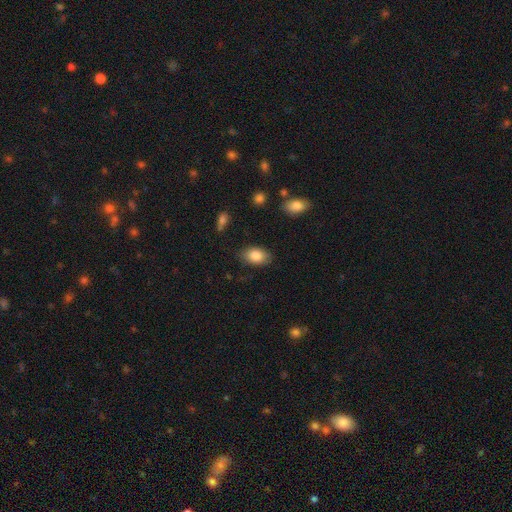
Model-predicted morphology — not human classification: Q: Smooth or featured?
A: smooth (84%); runner-up: featured or disk (9%)
Q: How rounded?
A: in between (89%); runner-up: round (10%)
Q: Merging?
A: none (80%); runner-up: minor disturbance (15%)